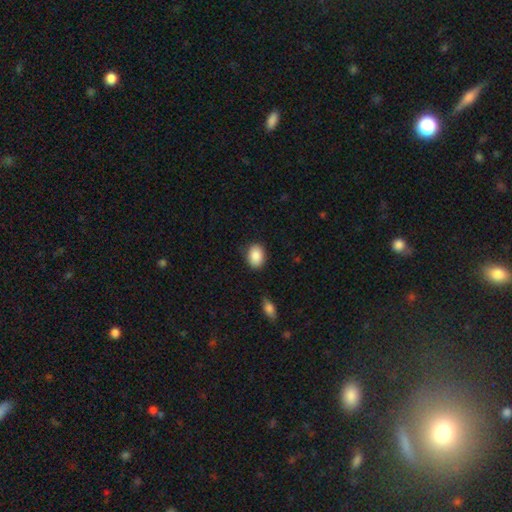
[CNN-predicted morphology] Q: Smooth or featured?
A: smooth (89%); runner-up: star or artifact (7%)
Q: How rounded?
A: in between (70%); runner-up: round (29%)
Q: Merging?
A: none (84%); runner-up: minor disturbance (11%)